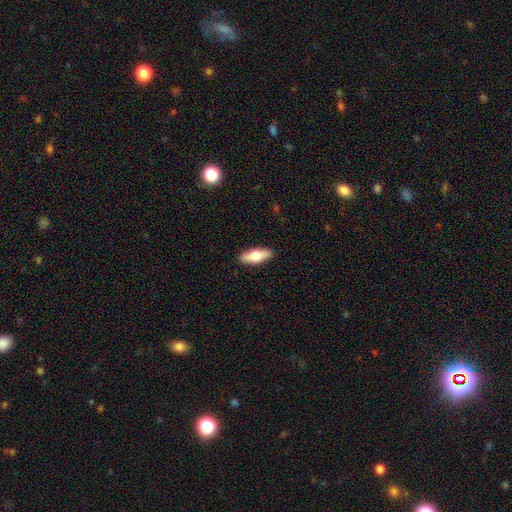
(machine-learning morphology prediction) The model was most divided on "smooth or featured": smooth: 65%, featured or disk: 29%, star or artifact: 6%. More confident: merging — none (90%); how rounded — in between (69%).